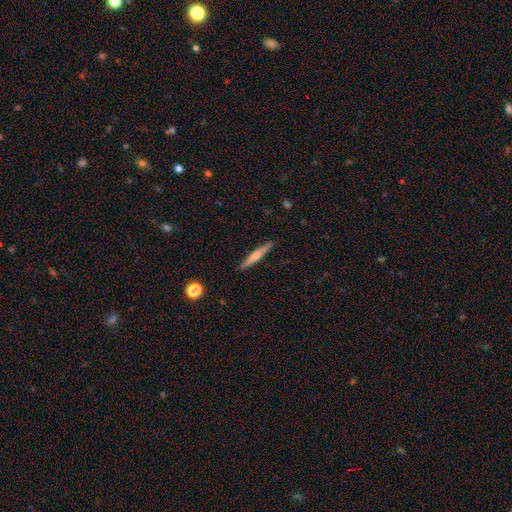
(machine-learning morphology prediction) smooth_or_featured: smooth (p=0.47) [tied with: featured or disk p=0.47]
merging: none (p=0.90) [alt: minor disturbance p=0.07]